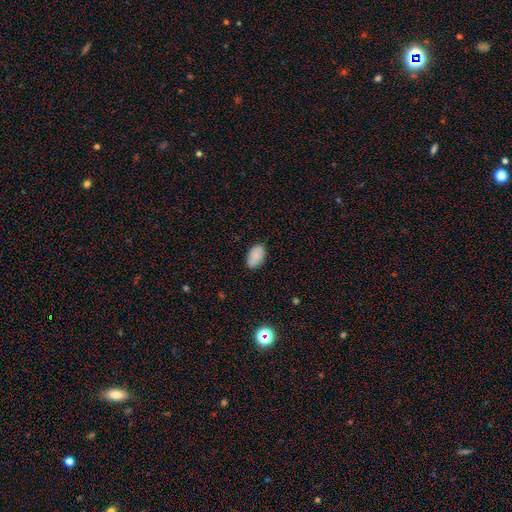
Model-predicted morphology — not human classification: smooth_or_featured: smooth (p=0.88) [alt: star or artifact p=0.07]
how_rounded: in between (p=0.93) [alt: round p=0.06]
merging: none (p=0.85) [alt: minor disturbance p=0.12]